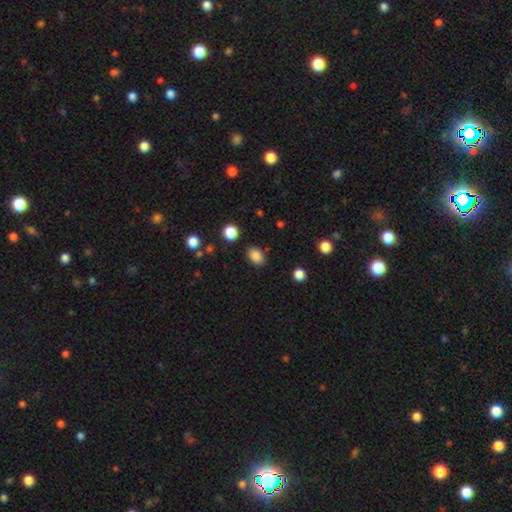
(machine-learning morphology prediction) Smooth or featured? smooth (86%)
How rounded? in between (76%)
Merging? none (85%)